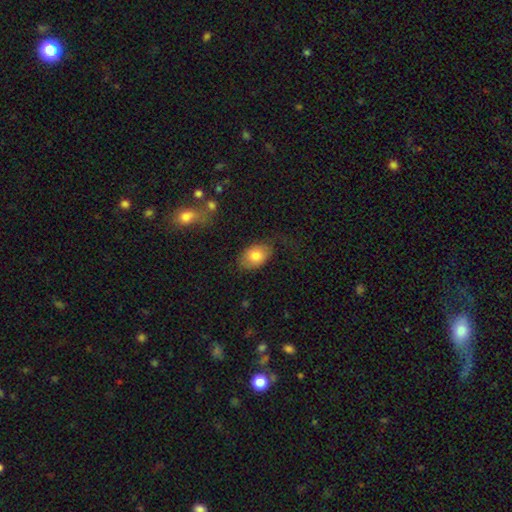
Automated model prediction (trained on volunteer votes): smooth-or-featured: smooth: 78% | featured or disk: 14% | star or artifact: 7%
  how-rounded: in between: 82% | round: 16% | cigar-shaped: 1%
  merging: none: 69% | minor disturbance: 20% | major disturbance: 9% | merger: 2%